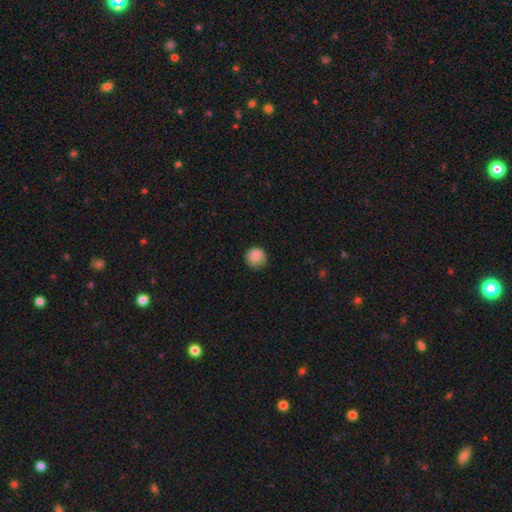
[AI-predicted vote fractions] smooth-or-featured: smooth: 86% | star or artifact: 8% | featured or disk: 5%
  how-rounded: round: 92% | in between: 7% | cigar-shaped: 1%
  merging: none: 81% | minor disturbance: 14% | major disturbance: 3% | merger: 1%